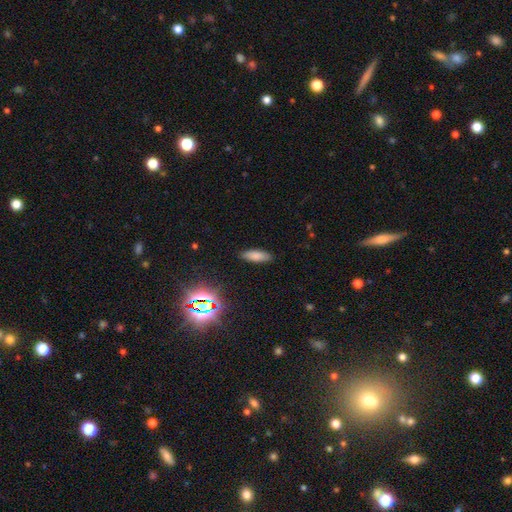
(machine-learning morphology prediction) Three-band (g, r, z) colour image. It shows a smooth galaxy with no disk features (79%) that is in between round and cigar-shaped (64%). Merging: none (88%).